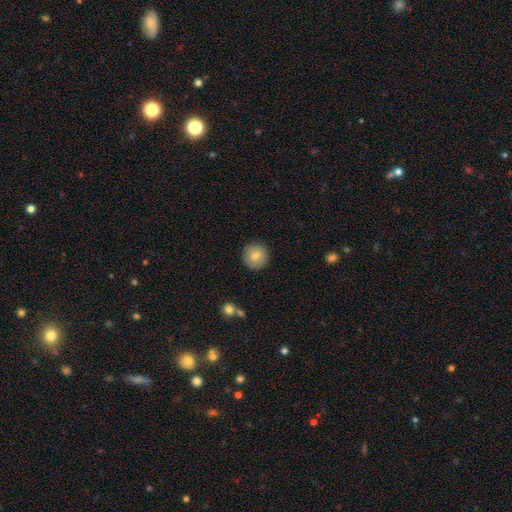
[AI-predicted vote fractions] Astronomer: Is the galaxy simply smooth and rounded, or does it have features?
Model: smooth — 83%.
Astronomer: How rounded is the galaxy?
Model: round — 95%.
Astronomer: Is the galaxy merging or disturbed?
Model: none — 91%.